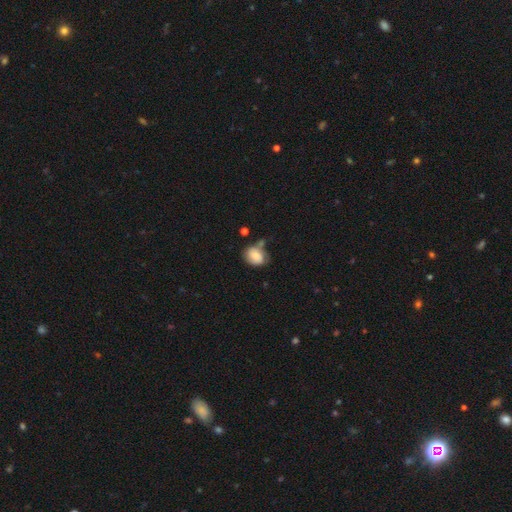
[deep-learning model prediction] Morphology: type=smooth (77%); roundness=in between (58%); merging=none (52%).